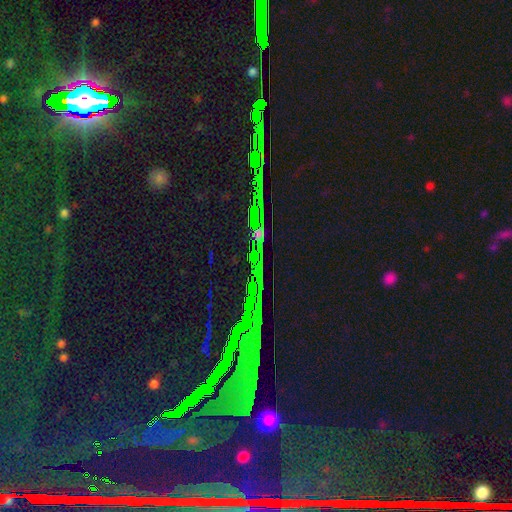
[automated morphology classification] A star or artifact, not a galaxy (82%).